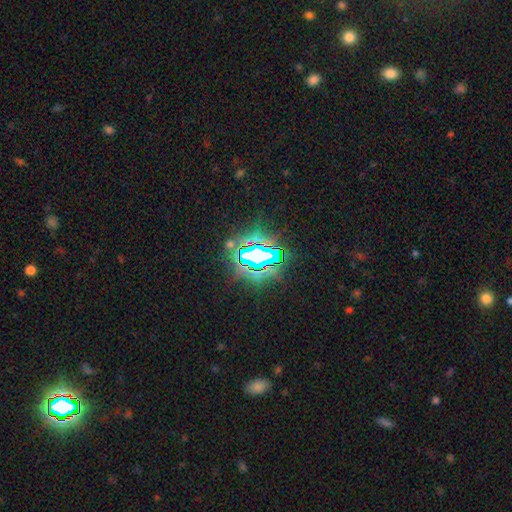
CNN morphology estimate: Smooth or featured?
  - star or artifact: 77% *
  - smooth: 12%
  - featured or disk: 11%